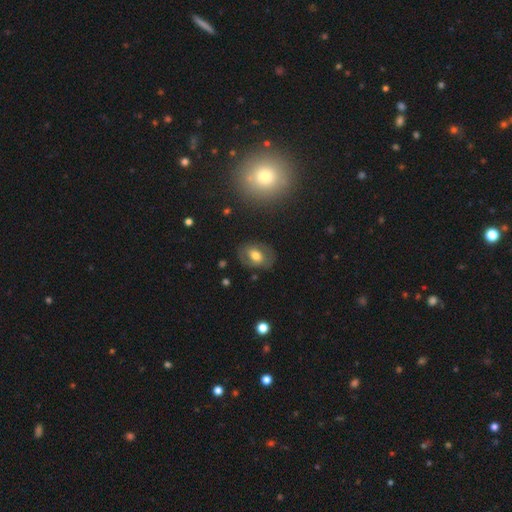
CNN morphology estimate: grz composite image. It shows a smooth galaxy with no disk features (49%). Merging: none (78%).